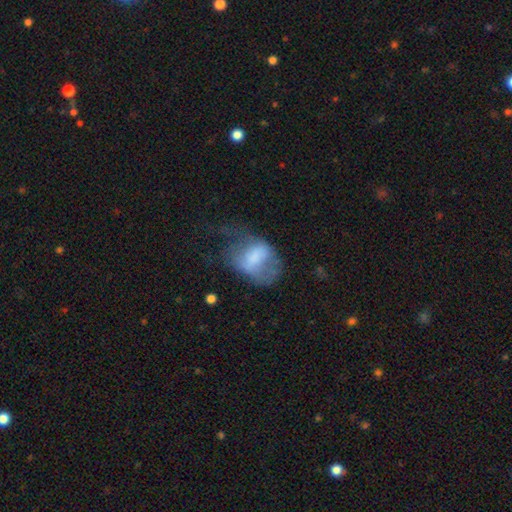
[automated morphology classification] type=smooth (53%); roundness=in between (75%); merging=major disturbance (47%).